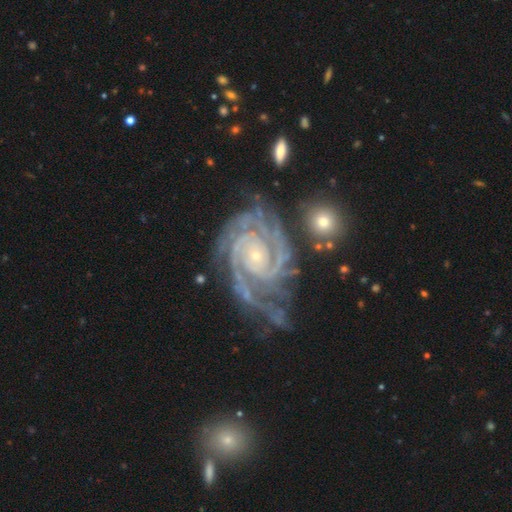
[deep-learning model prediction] Smooth or featured? Predicted: featured or disk (p=0.93). Edge-on disk? Predicted: no (p=0.98). Bar? Predicted: no (p=0.71). Spiral arms? Predicted: yes (p=0.99). Spiral winding? Predicted: tight (p=0.80). Spiral arm count? Predicted: 2 (p=0.28). Bulge size? Predicted: small (p=0.83). Merging? Predicted: none (p=0.56).